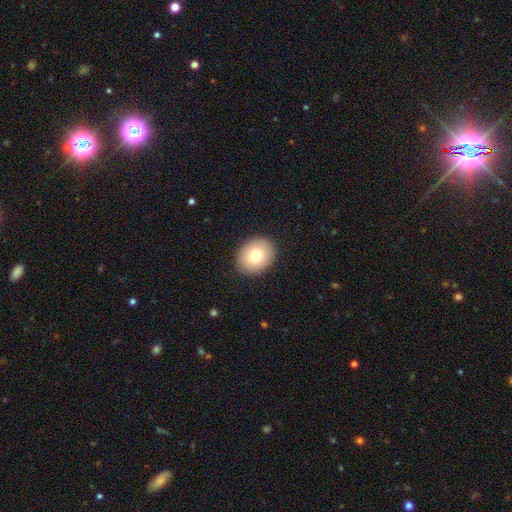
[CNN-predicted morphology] Smooth or featured?
  - smooth: 80% *
  - featured or disk: 12%
  - star or artifact: 8%
How rounded?
  - round: 50% * (tied)
  - in between: 50% * (tied)
  - cigar-shaped: 1%
Merging?
  - none: 89% *
  - minor disturbance: 8%
  - major disturbance: 2%
  - merger: 1%